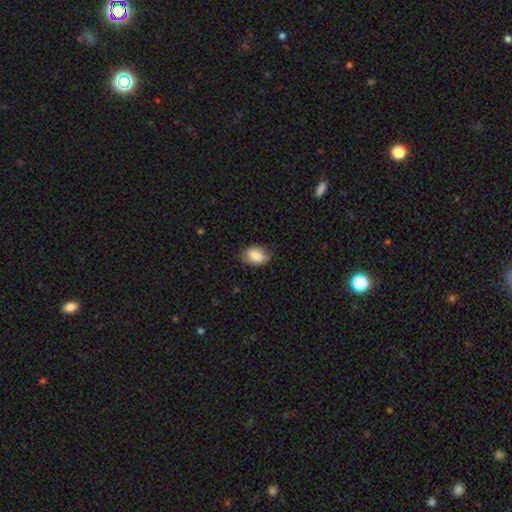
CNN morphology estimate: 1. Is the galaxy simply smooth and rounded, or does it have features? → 86% smooth, 7% featured or disk, 7% star or artifact.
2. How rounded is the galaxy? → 83% in between, 16% round, 1% cigar-shaped.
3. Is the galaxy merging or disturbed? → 82% none, 14% minor disturbance, 3% major disturbance, 1% merger.